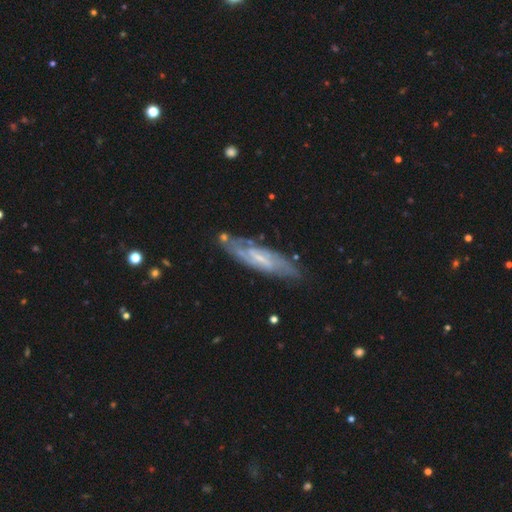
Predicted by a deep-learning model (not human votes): Smooth or featured? featured or disk (69%)
Edge-on disk? no (61%)
Merging? none (79%)